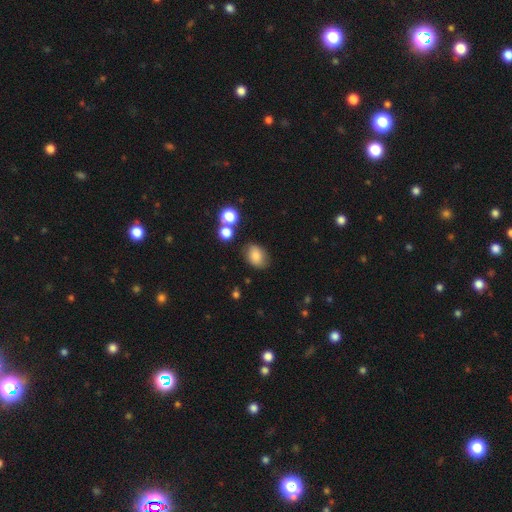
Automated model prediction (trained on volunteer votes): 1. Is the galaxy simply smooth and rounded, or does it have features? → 80% smooth, 10% star or artifact, 10% featured or disk.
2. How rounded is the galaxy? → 71% in between, 28% round, 1% cigar-shaped.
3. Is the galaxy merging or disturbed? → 75% none, 16% minor disturbance, 5% merger, 4% major disturbance.